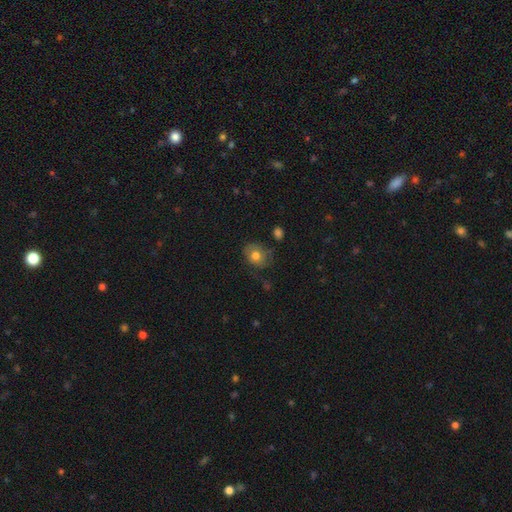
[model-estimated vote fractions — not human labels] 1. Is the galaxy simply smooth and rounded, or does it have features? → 74% smooth, 17% featured or disk, 9% star or artifact.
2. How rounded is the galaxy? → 50% round, 49% in between, 1% cigar-shaped.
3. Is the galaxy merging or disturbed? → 63% none, 26% minor disturbance, 8% major disturbance, 3% merger.